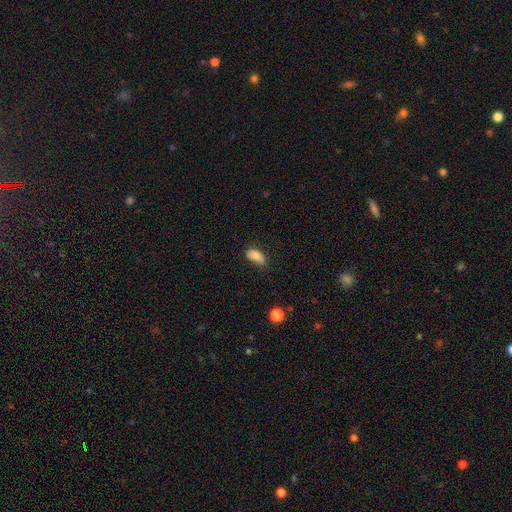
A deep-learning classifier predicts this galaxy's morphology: This is clearly a smooth galaxy (81%). How rounded: clearly in between (89%). Merging: possibly none (59%).